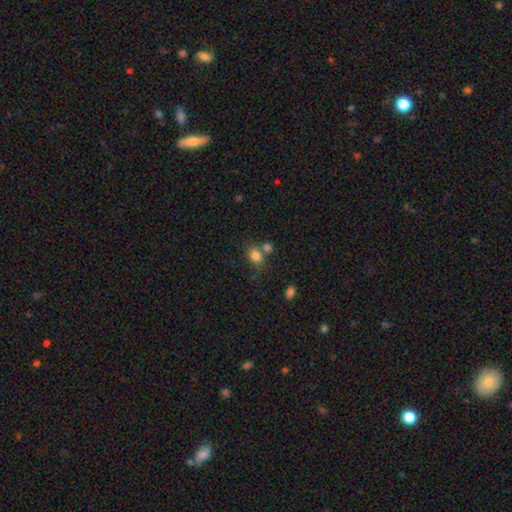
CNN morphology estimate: smooth 82%, star or artifact 11%, featured or disk 7%. Down the decision tree: how rounded — in between (55%); merging — none (59%).